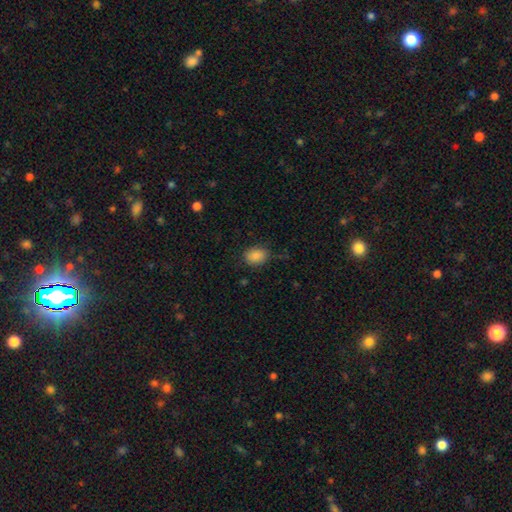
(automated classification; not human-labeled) The model was most divided on "how rounded": in between: 65%, round: 34%, cigar-shaped: 1%. More confident: smooth or featured — smooth (88%); merging — none (80%).